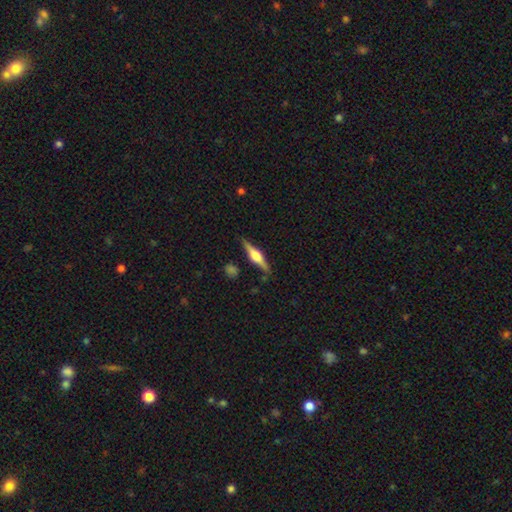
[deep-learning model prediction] Morphology: type=featured or disk (73%); edge-on=yes (97%); edge-on bulge=rounded (90%); merging=none (85%).